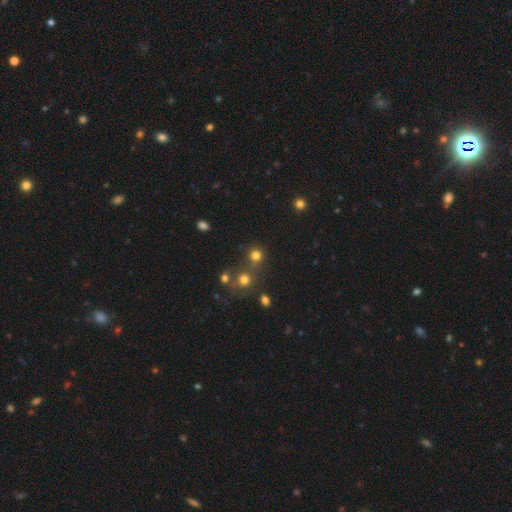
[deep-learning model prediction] This is likely a smooth galaxy (75%). How rounded: clearly round (89%). Merging: likely none (65%).